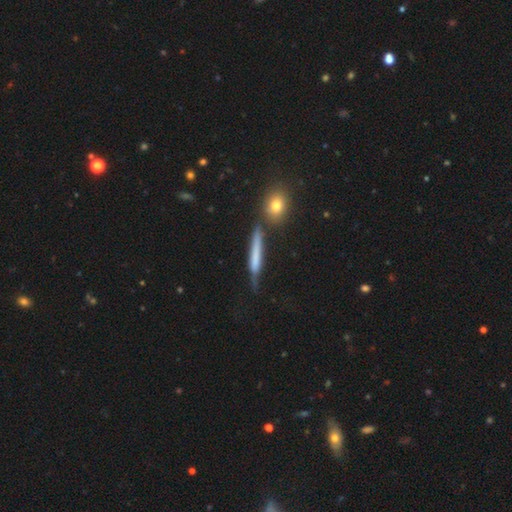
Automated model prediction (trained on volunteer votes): smooth-or-featured: smooth: 52% | featured or disk: 39% | star or artifact: 8%
  how-rounded: cigar-shaped: 91% | in between: 6% | round: 3%
  merging: none: 64% | minor disturbance: 21% | merger: 7% | major disturbance: 7%